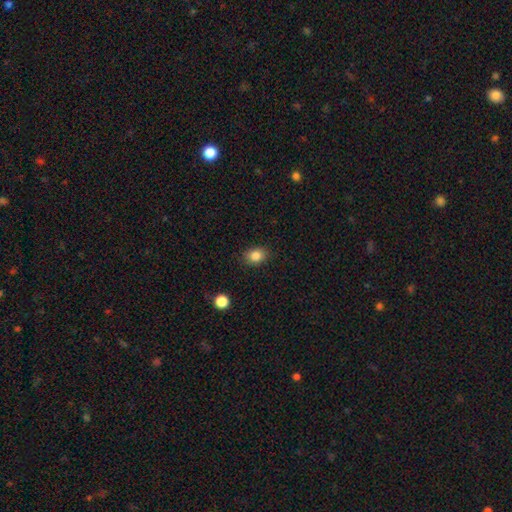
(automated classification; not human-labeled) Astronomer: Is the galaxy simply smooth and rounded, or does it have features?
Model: smooth — 85%.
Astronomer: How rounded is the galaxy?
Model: in between — 60% (runner-up: round, 39%).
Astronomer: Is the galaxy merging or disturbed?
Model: none — 86%.